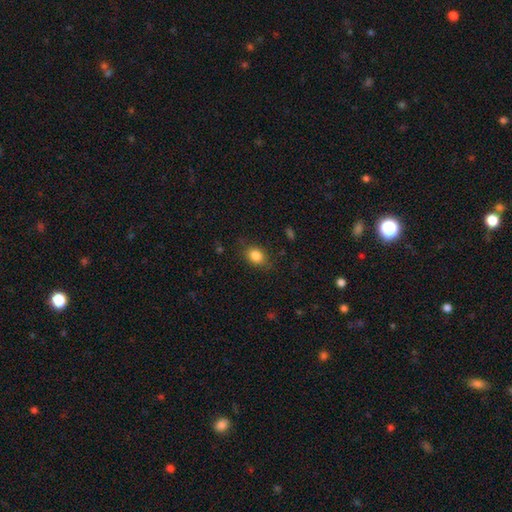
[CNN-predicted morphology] smooth_or_featured: smooth (p=0.84) [alt: star or artifact p=0.09]
how_rounded: in between (p=0.62) [alt: round p=0.36]
merging: none (p=0.78) [alt: minor disturbance p=0.16]